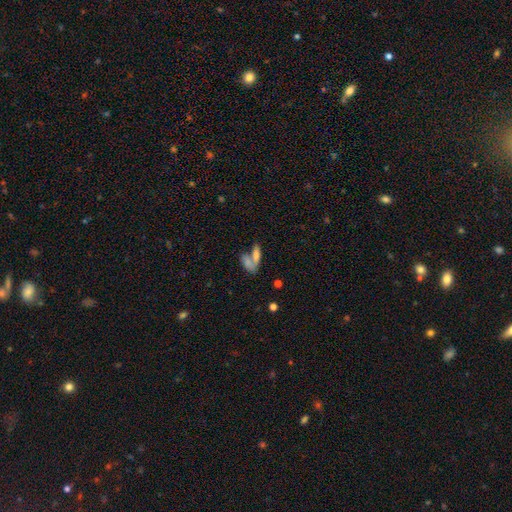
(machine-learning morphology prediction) smooth 71%, featured or disk 20%, star or artifact 10%. Down the decision tree: how rounded — in between (65%); merging — merger (59%).